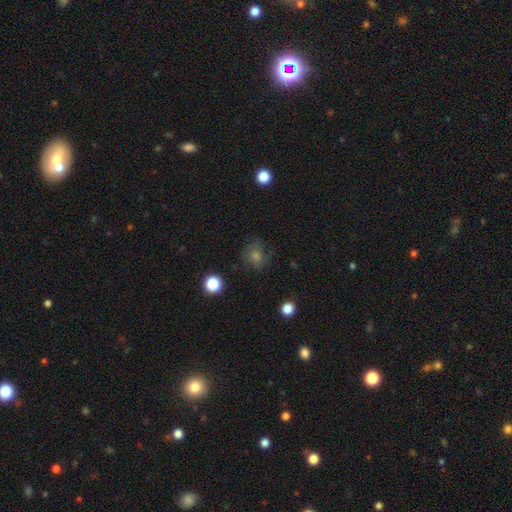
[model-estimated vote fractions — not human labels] smooth-or-featured: featured or disk: 38% | smooth: 37% | star or artifact: 24%
  merging: none: 74% | minor disturbance: 16% | major disturbance: 9% | merger: 2%